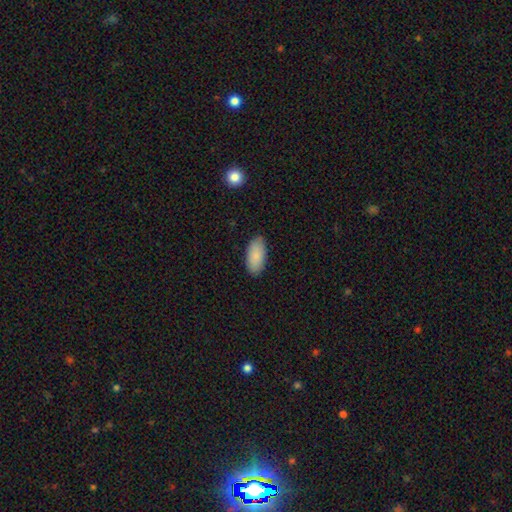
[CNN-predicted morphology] type=smooth (87%); roundness=in between (94%); merging=none (86%).